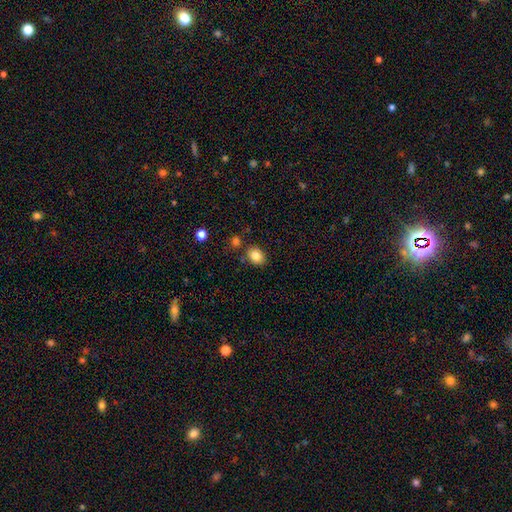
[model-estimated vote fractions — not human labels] Smooth or featured? smooth (83%)
How rounded? in between (55%)
Merging? none (79%)